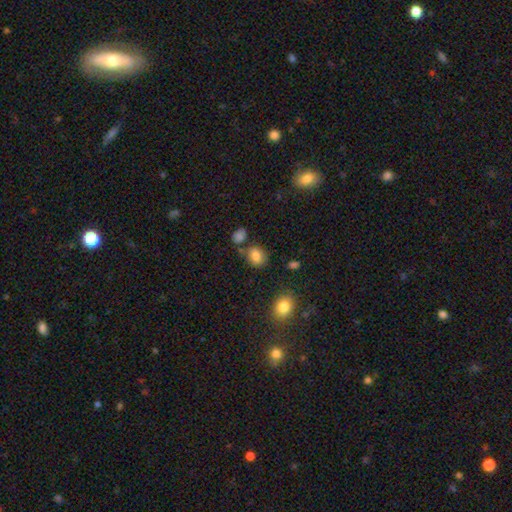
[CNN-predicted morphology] Overall: smooth (82%). How rounded: in between (56%; round 43%). Merging: none (70%).